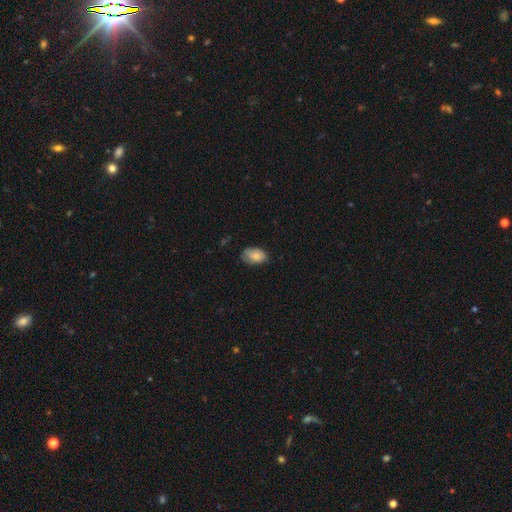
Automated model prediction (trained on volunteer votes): Smooth or featured? Predicted: smooth (p=0.78). How rounded? Predicted: in between (p=0.90). Merging? Predicted: none (p=0.62).